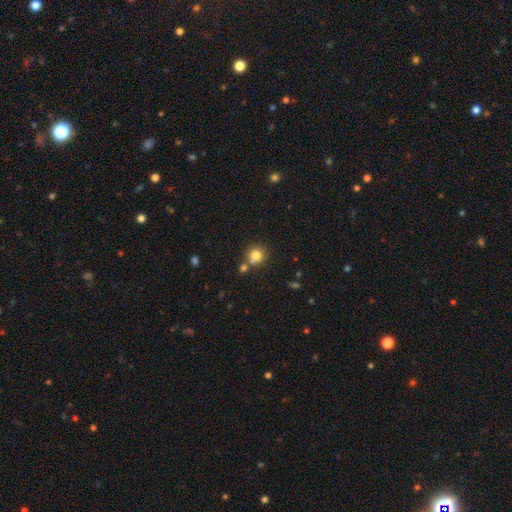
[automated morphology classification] This is likely a smooth galaxy (80%). How rounded: clearly round (89%). Merging: likely none (64%).